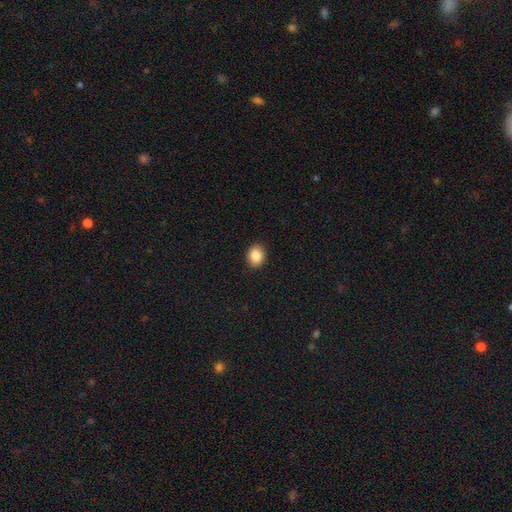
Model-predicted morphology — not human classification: A smooth galaxy with no disk features (87%) that is in between round and cigar-shaped (50%).

Vote fractions:
- Smooth or featured? smooth: 87% / star or artifact: 9% / featured or disk: 5%
- How rounded? in between: 50% / round: 49% / cigar-shaped: 1%
- Merging? none: 91% / minor disturbance: 6% / major disturbance: 2% / merger: 1%